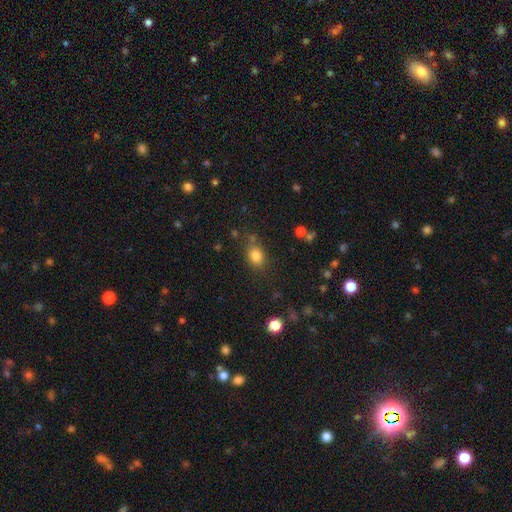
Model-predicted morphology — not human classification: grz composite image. It shows a smooth galaxy with no disk features (81%) that is in between round and cigar-shaped (55%). Merging: none (71%).